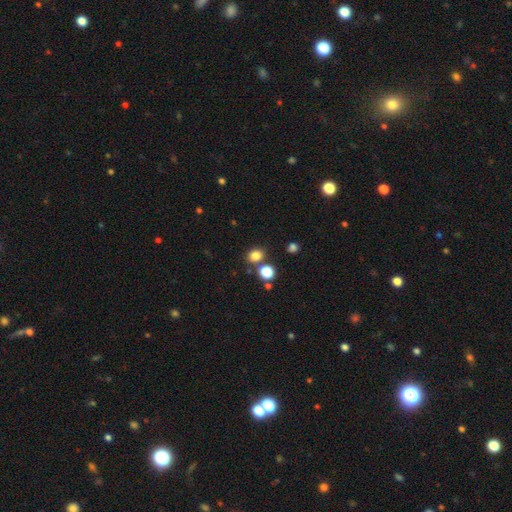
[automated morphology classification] This appears to be a smooth galaxy with no disk features (80%) that is round (58%). Merging: none (75%).